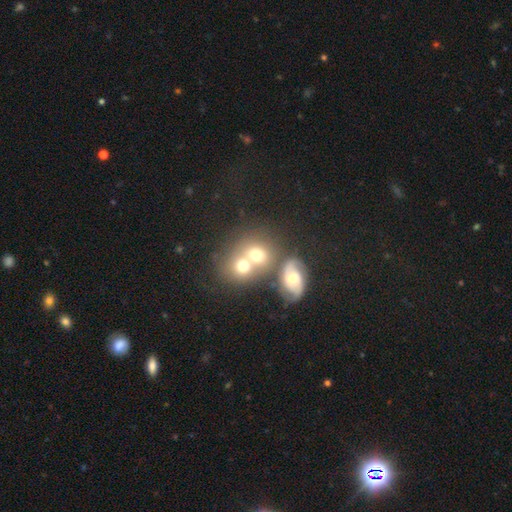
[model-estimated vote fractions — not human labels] smooth 53%, featured or disk 34%, star or artifact 13%. Down the decision tree: how rounded — round (62%); merging — merger (53%).